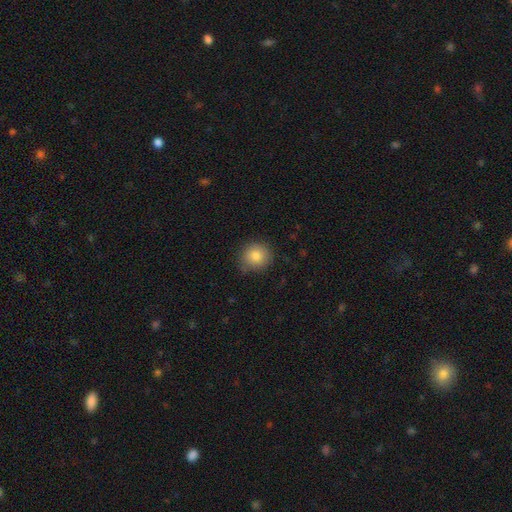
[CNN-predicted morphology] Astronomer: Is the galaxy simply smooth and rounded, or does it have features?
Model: smooth — 85%.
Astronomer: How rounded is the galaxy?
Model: round — 83%.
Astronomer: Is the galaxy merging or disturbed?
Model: none — 78%.